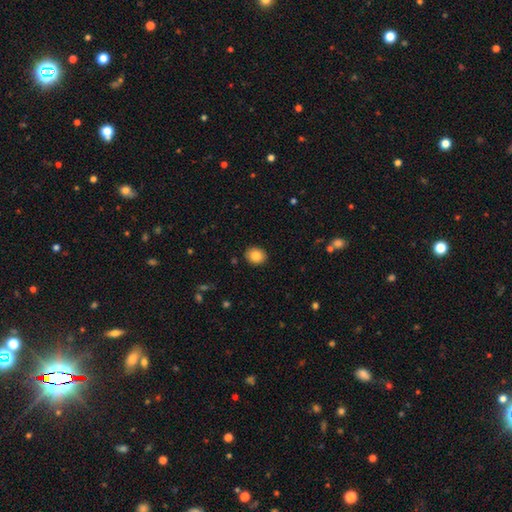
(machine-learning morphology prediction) A smooth galaxy with no disk features (85%) that is round (63%). Merging: none (90%).